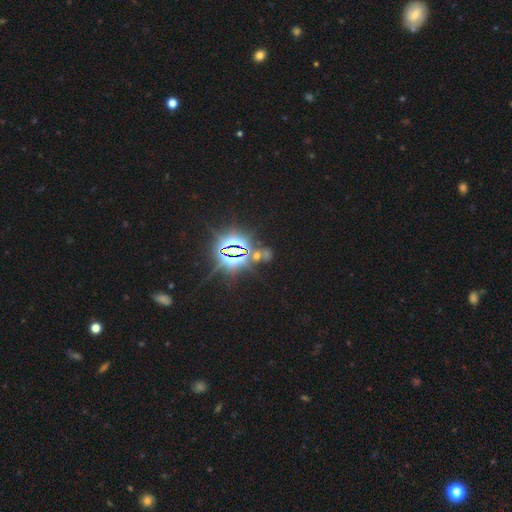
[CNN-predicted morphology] Overall: star or artifact (85%).